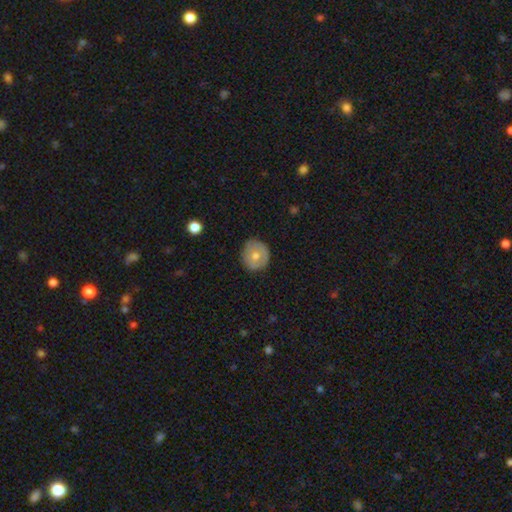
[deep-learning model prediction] Smooth or featured?
  - smooth: 61% *
  - featured or disk: 31%
  - star or artifact: 7%
How rounded?
  - round: 87% *
  - in between: 12%
  - cigar-shaped: 1%
Merging?
  - none: 81% *
  - minor disturbance: 14%
  - major disturbance: 3%
  - merger: 1%